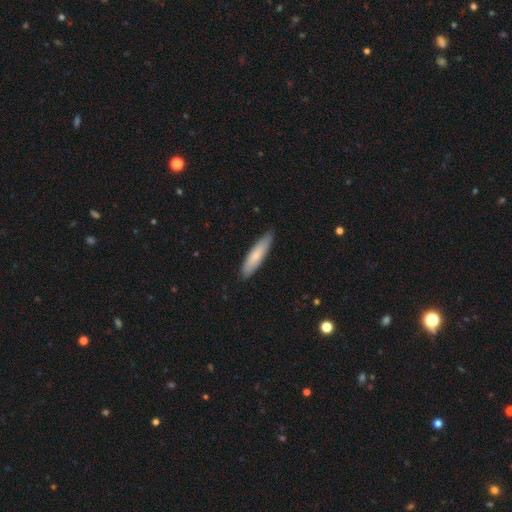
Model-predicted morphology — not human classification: smooth_or_featured: smooth (p=0.72) [alt: featured or disk p=0.23]
how_rounded: cigar-shaped (p=0.76) [alt: in between p=0.23]
merging: none (p=0.85) [alt: minor disturbance p=0.12]